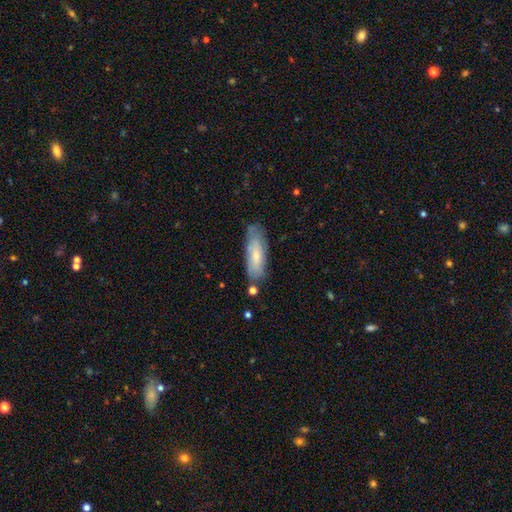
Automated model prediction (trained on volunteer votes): This is likely a smooth galaxy (62%). How rounded: possibly in between (56%). Merging: likely none (73%).